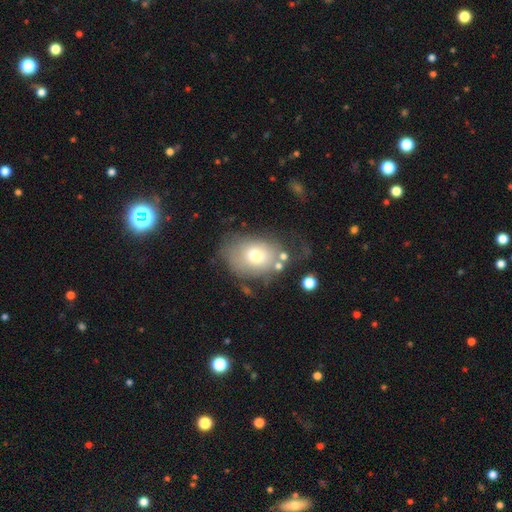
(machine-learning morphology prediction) smooth_or_featured: smooth (p=0.67) [alt: featured or disk p=0.24]
how_rounded: in between (p=0.70) [alt: round p=0.29]
merging: none (p=0.47) [alt: minor disturbance p=0.26]